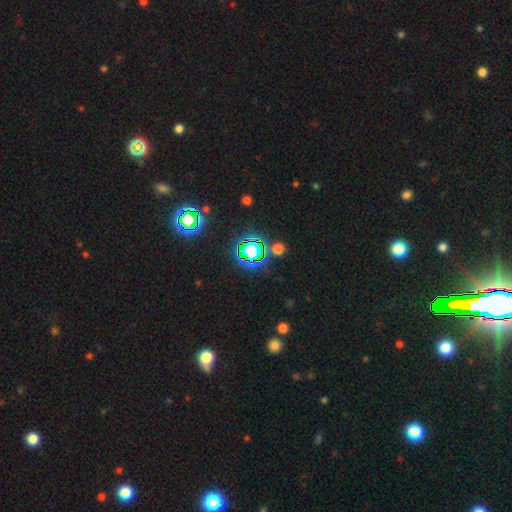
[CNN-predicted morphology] A star or artifact, not a galaxy (80%).